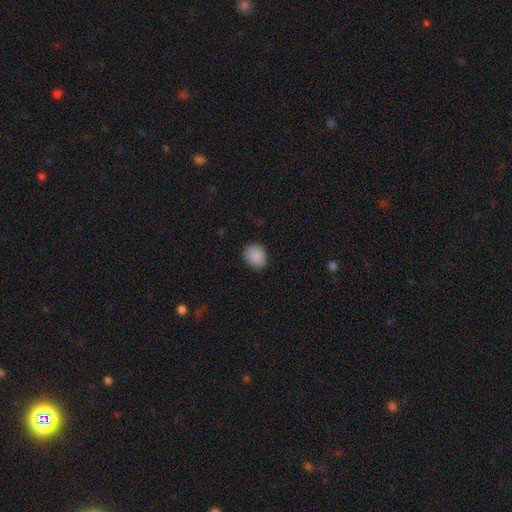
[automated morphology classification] Overall: smooth (89%). How rounded: round (63%; in between 36%). Merging: none (82%).